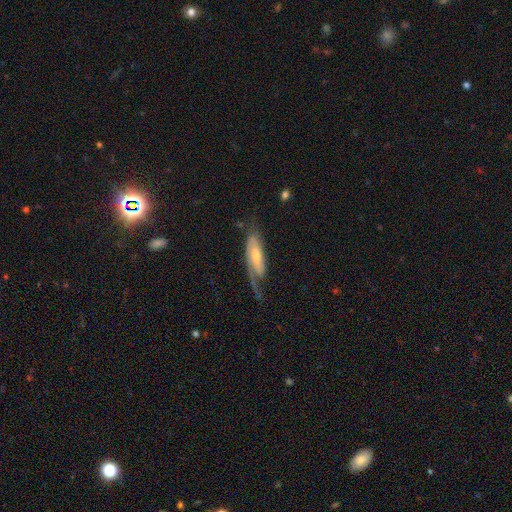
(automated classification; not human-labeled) Overall: featured or disk (72%). Edge-on disk: no (81%). Bar: no (48%; weak 36%). Spiral arms: yes (90%). Spiral arm count: 2 (42%; 1 39%). Spiral winding: medium (40%; tight 32%). Bulge size: moderate (50%; small 40%). Merging: none (48%; major disturbance 26%).